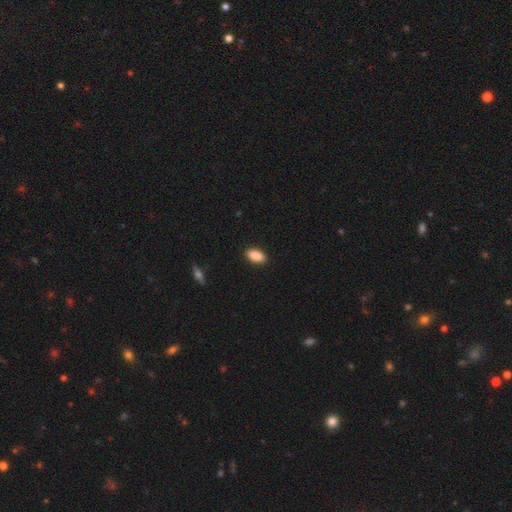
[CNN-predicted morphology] A smooth galaxy with no disk features (89%) that is in between round and cigar-shaped (92%). Merging: none (90%).